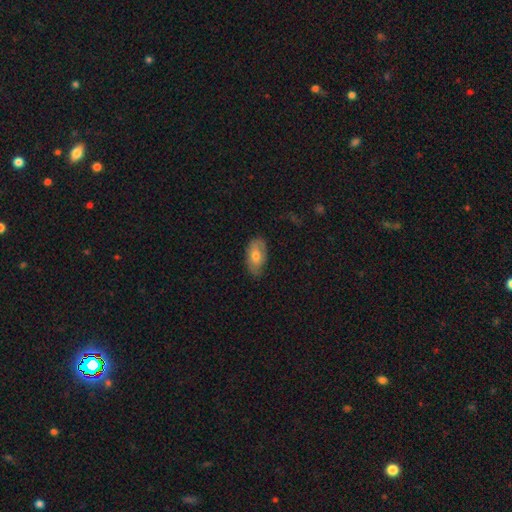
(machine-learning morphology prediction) Smooth or featured: smooth — 67% (featured or disk — 26%)
How rounded: in between — 92% (round — 5%)
Merging: none — 69% (minor disturbance — 25%)